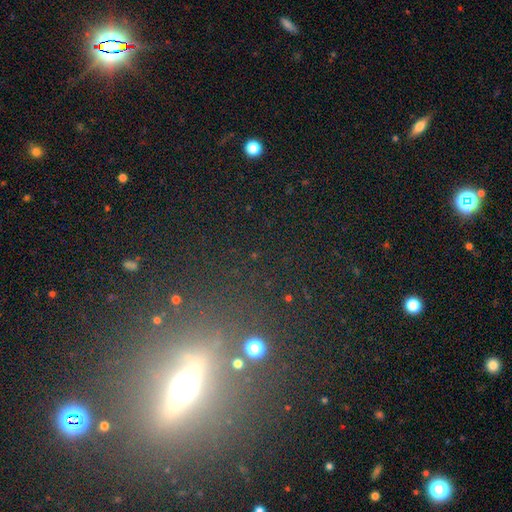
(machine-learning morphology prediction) This is possibly a featured or disk galaxy (47%). Merging: clearly none (82%).